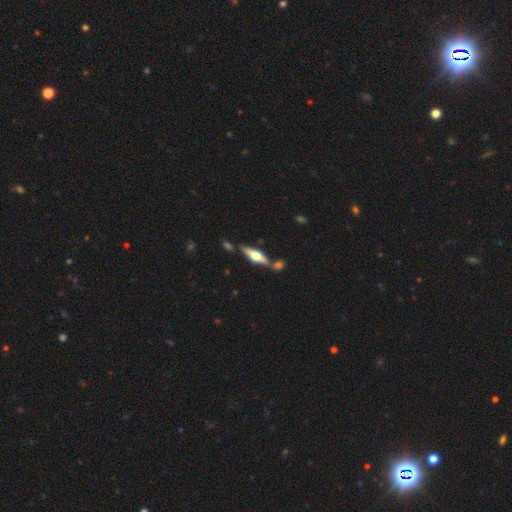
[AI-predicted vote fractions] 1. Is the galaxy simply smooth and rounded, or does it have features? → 69% featured or disk, 25% smooth, 6% star or artifact.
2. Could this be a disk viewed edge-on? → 95% yes, 5% no.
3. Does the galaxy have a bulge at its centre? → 92% rounded, 6% boxy, 2% none.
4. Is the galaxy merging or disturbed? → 72% none, 13% merger, 11% minor disturbance, 3% major disturbance.